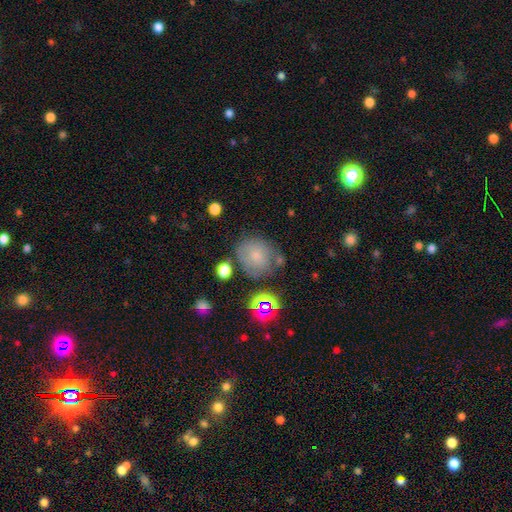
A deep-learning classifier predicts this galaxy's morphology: This is likely a smooth galaxy (65%). How rounded: likely round (78%). Merging: likely none (61%).